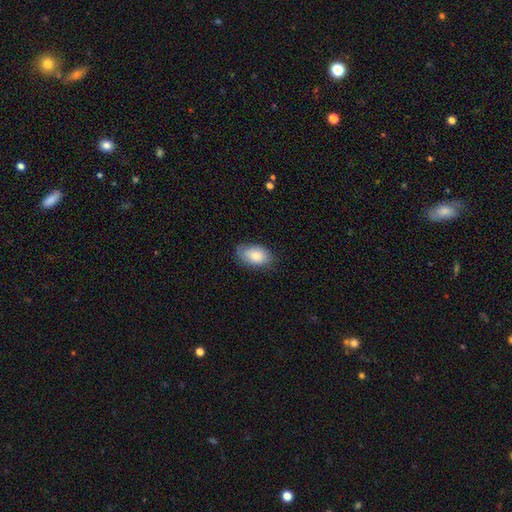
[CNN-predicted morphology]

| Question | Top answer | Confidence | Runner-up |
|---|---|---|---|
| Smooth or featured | smooth | 82% | featured or disk (12%) |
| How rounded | in between | 92% | round (6%) |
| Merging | none | 73% | minor disturbance (22%) |